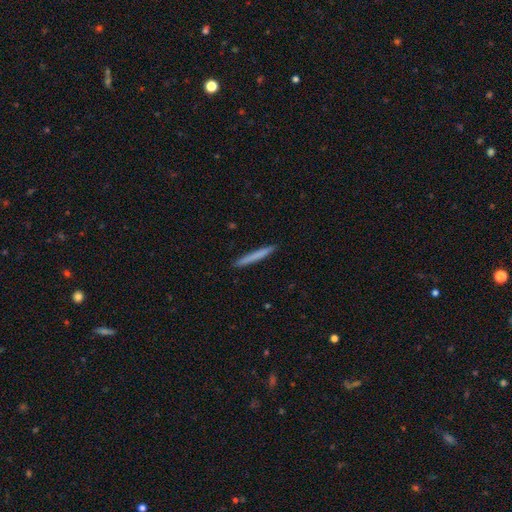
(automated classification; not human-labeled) Smooth or featured? smooth (71%)
How rounded? cigar-shaped (97%)
Merging? none (93%)